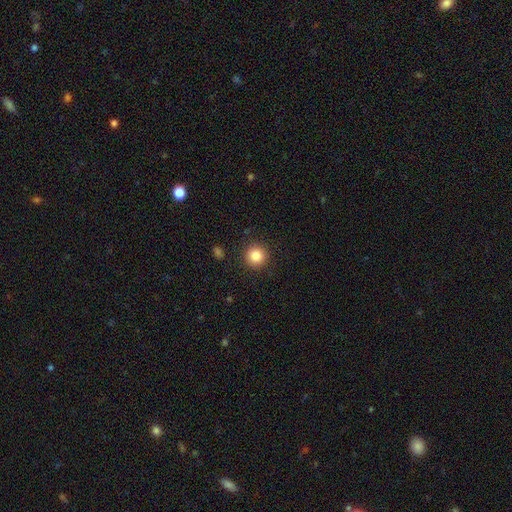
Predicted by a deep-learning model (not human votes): This appears to be a smooth galaxy with no disk features (86%) that is round (94%). Merging: none (91%).